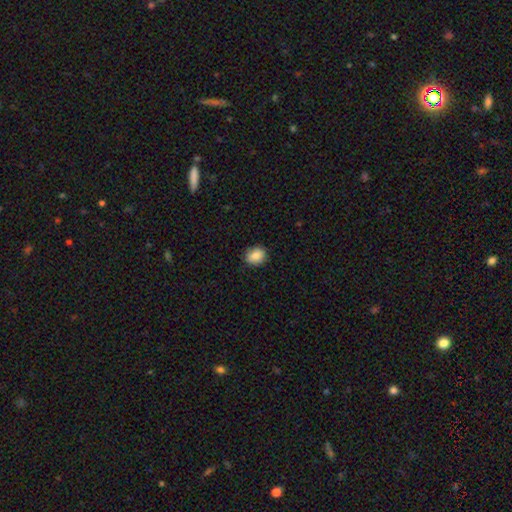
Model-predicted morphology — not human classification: Smooth or featured? smooth (85%)
How rounded? round (58%)
Merging? none (87%)